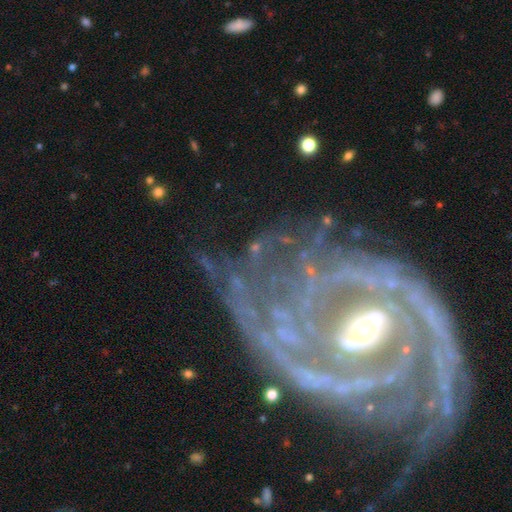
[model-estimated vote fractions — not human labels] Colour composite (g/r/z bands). It shows a featured or disk galaxy (90%) with no bar (59%), 2 (41%) tight (65%) spiral arms (94%) and a moderate central bulge (45%). Merging: none (62%).